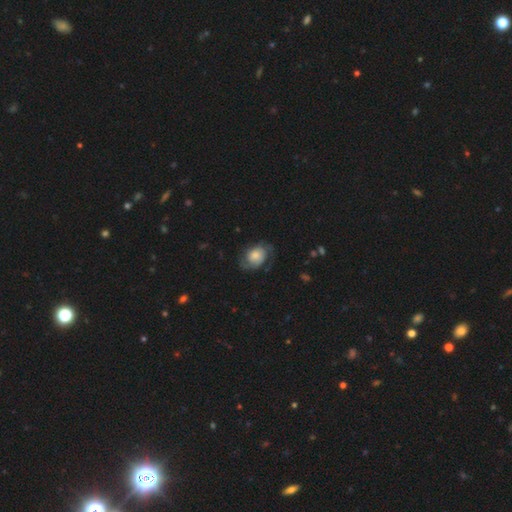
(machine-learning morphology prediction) A featured or disk galaxy (52%) with no bar (77%), spiral arms (85%) and a moderate central bulge (37%).

Vote fractions:
- Smooth or featured? featured or disk: 52% / smooth: 41% / star or artifact: 8%
- Edge-on disk? no: 97% / yes: 3%
- Bar? no: 77% / weak: 19% / strong: 3%
- Spiral arms? yes: 85% / no: 15%
- Bulge size? moderate: 37% / small: 28% / large: 23% / none: 7% / dominant: 5%
- Merging? none: 62% / minor disturbance: 23% / major disturbance: 13% / merger: 1%